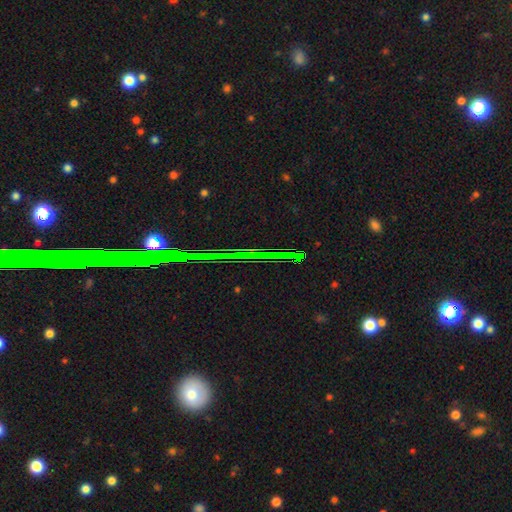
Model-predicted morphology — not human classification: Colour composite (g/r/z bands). It shows a star or artifact, not a galaxy (72%).